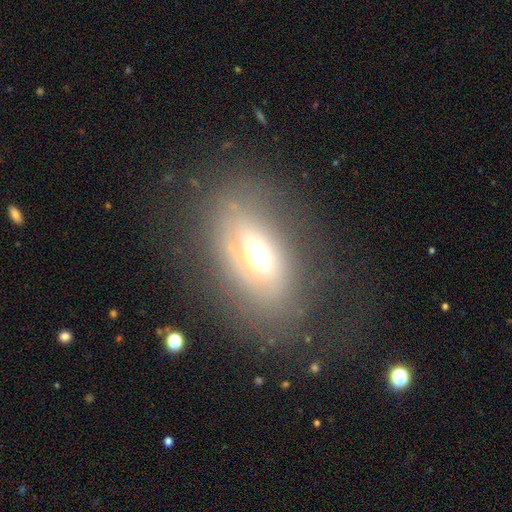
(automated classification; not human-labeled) Overall: smooth (48%; featured or disk 39%). Merging: none (67%).